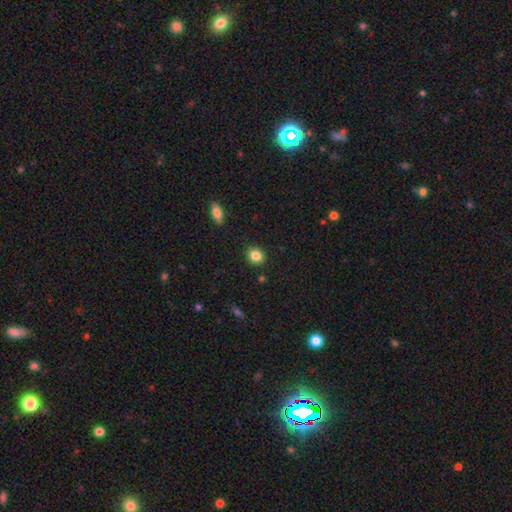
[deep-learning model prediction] A smooth galaxy with no disk features (85%) that is round (75%).

Vote fractions:
- Smooth or featured? smooth: 85% / star or artifact: 10% / featured or disk: 5%
- How rounded? round: 75% / in between: 24% / cigar-shaped: 1%
- Merging? none: 90% / minor disturbance: 6% / major disturbance: 2% / merger: 2%